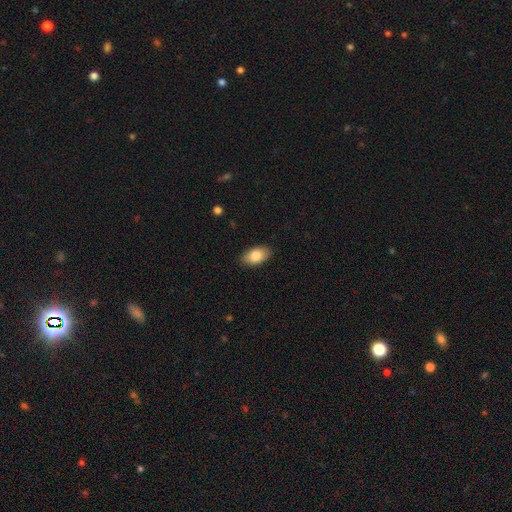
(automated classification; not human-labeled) Smooth or featured? Predicted: smooth (p=0.81). How rounded? Predicted: in between (p=0.93). Merging? Predicted: none (p=0.88).